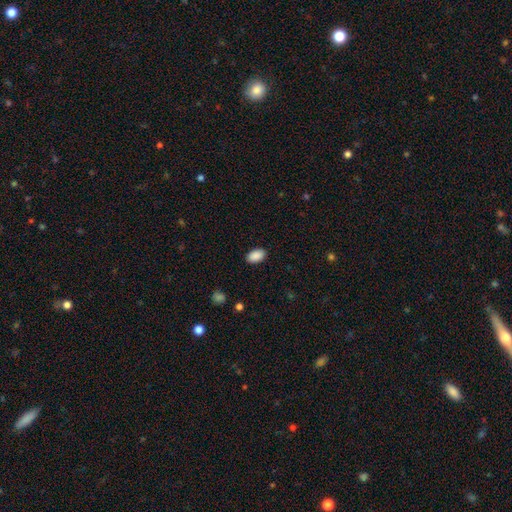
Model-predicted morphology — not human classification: Q: Smooth or featured?
A: smooth (90%); runner-up: star or artifact (7%)
Q: How rounded?
A: in between (93%); runner-up: round (6%)
Q: Merging?
A: none (89%); runner-up: minor disturbance (8%)